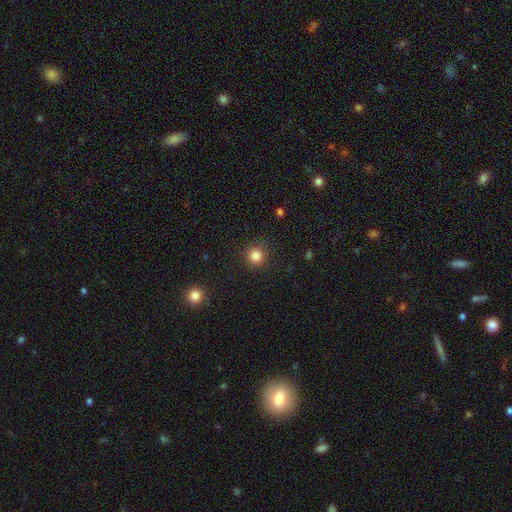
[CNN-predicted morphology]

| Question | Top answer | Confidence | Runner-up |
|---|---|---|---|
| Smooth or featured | smooth | 83% | star or artifact (12%) |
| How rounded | round | 94% | in between (5%) |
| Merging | none | 91% | minor disturbance (6%) |